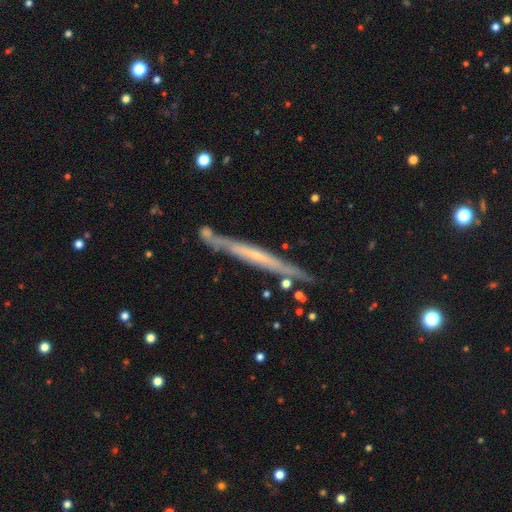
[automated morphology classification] A featured or disk galaxy (68%) viewed edge-on (91%) with no central bulge (75%). Merging: none (79%).